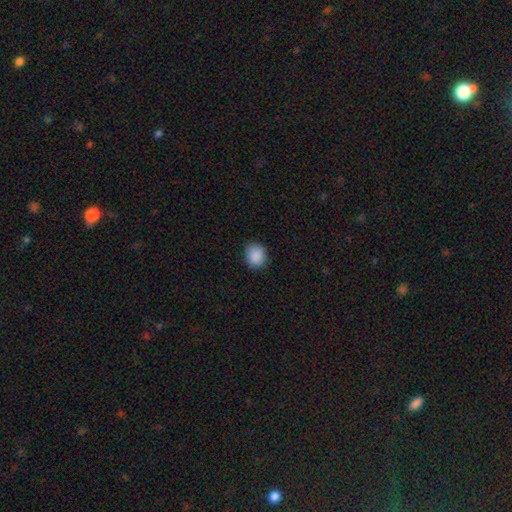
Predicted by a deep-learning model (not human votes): Smooth or featured? Predicted: smooth (p=0.89). How rounded? Predicted: round (p=0.70). Merging? Predicted: none (p=0.87).